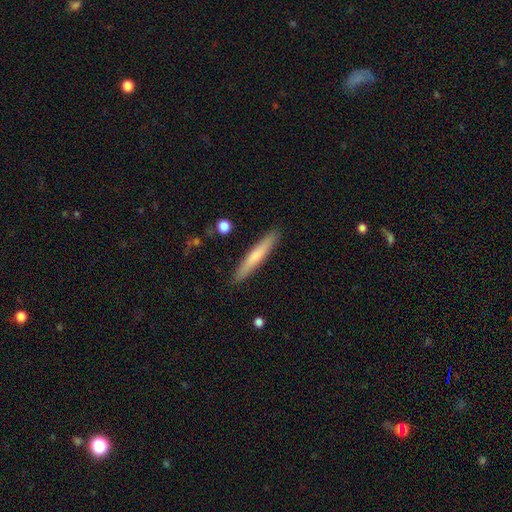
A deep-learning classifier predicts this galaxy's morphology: Overall: smooth (64%; featured or disk 31%). How rounded: cigar-shaped (94%). Merging: none (90%).